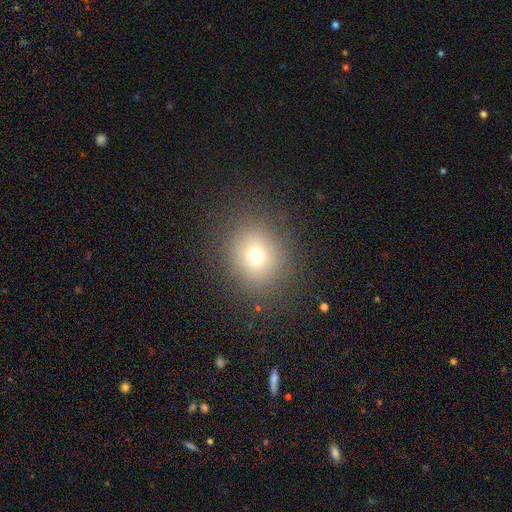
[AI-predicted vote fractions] Smooth or featured: smooth — 69% (star or artifact — 18%)
How rounded: round — 79% (in between — 20%)
Merging: none — 85% (minor disturbance — 9%)